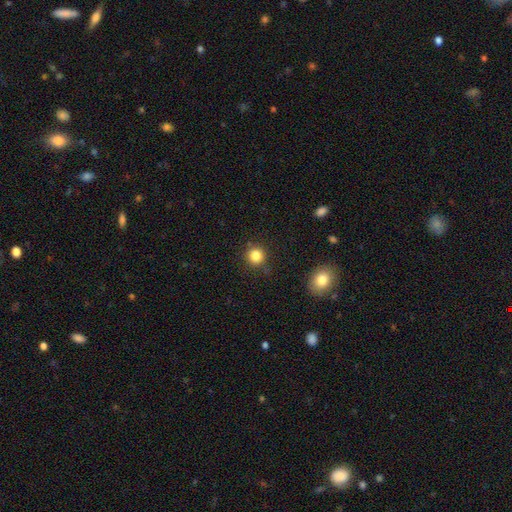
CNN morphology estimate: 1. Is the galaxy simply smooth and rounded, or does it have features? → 84% smooth, 11% star or artifact, 5% featured or disk.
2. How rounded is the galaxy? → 91% round, 8% in between, 1% cigar-shaped.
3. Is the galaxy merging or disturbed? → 86% none, 9% minor disturbance, 3% major disturbance, 3% merger.